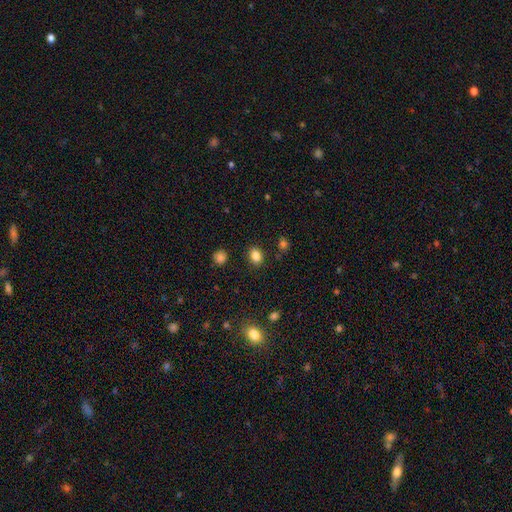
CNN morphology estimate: Smooth or featured: smooth — 84% (star or artifact — 11%)
How rounded: in between — 53% (round — 46%)
Merging: none — 87% (minor disturbance — 8%)